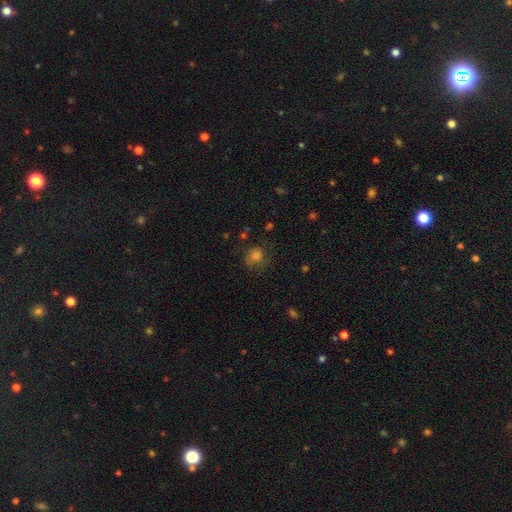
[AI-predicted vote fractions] Smooth or featured?
  - smooth: 73% *
  - star or artifact: 16%
  - featured or disk: 11%
How rounded?
  - round: 71% *
  - in between: 28%
  - cigar-shaped: 1%
Merging?
  - none: 60% *
  - minor disturbance: 23%
  - major disturbance: 15%
  - merger: 2%